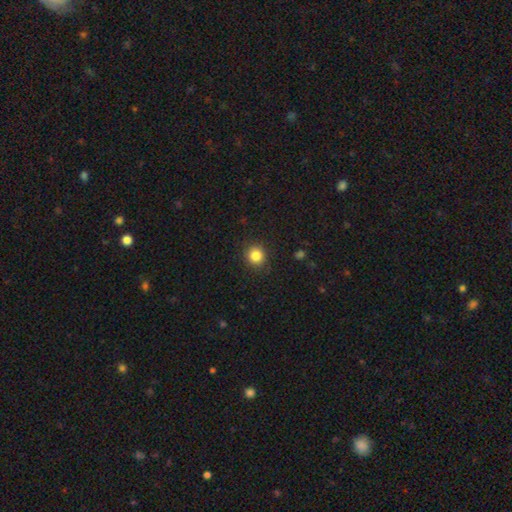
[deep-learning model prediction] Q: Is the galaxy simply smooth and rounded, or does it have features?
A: smooth — 85%.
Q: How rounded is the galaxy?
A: round — 90%.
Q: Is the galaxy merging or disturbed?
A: none — 90%.